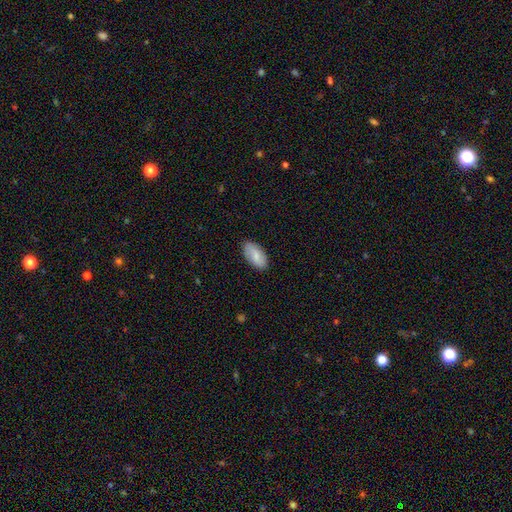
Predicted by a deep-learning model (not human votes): smooth_or_featured: smooth (p=0.74) [alt: featured or disk p=0.20]
how_rounded: in between (p=0.93) [alt: cigar-shaped p=0.04]
merging: none (p=0.85) [alt: minor disturbance p=0.12]